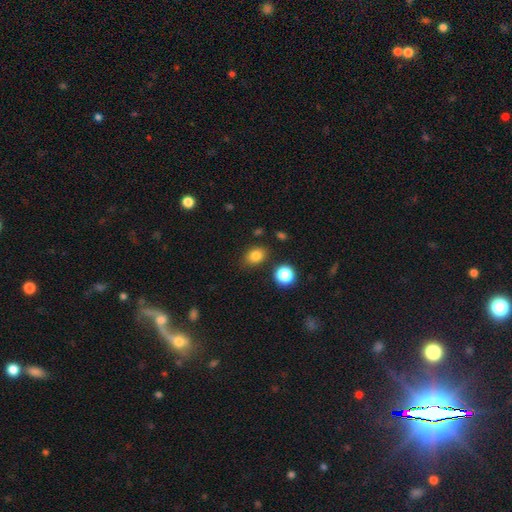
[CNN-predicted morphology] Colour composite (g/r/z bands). It shows a smooth galaxy with no disk features (82%) that is in between round and cigar-shaped (61%). Merging: none (81%).